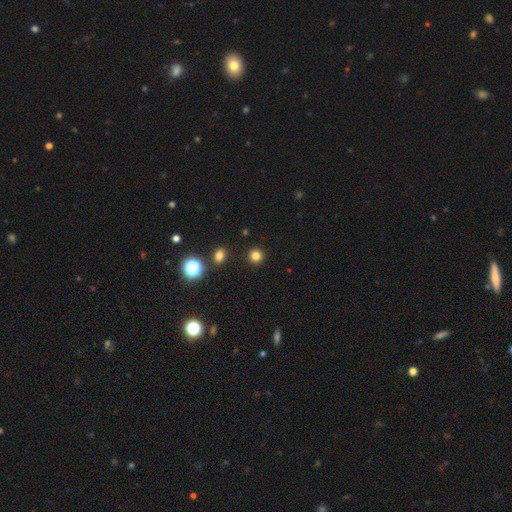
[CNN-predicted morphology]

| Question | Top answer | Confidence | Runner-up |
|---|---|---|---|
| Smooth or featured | smooth | 80% | star or artifact (15%) |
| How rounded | round | 92% | in between (7%) |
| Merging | none | 91% | minor disturbance (5%) |